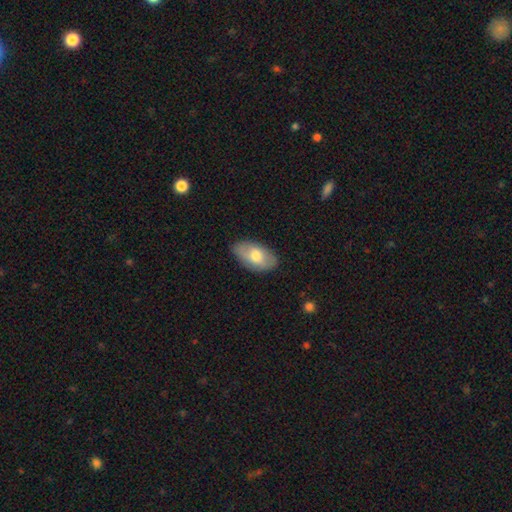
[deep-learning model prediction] Smooth or featured: smooth — 67% (featured or disk — 28%)
How rounded: in between — 94% (round — 4%)
Merging: none — 81% (minor disturbance — 15%)